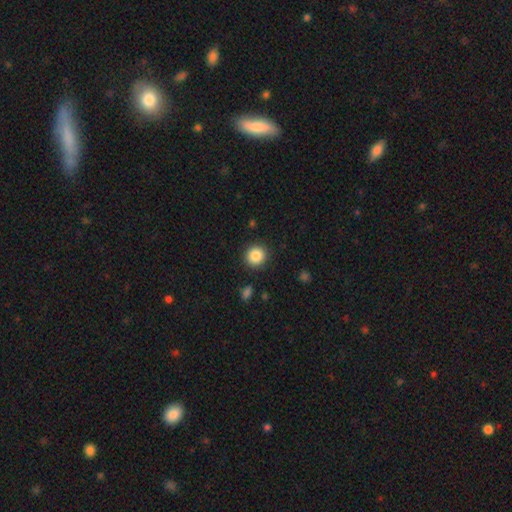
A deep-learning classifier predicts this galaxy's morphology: smooth-or-featured: smooth: 86% | star or artifact: 10% | featured or disk: 4%
  how-rounded: round: 90% | in between: 9% | cigar-shaped: 1%
  merging: none: 90% | minor disturbance: 6% | major disturbance: 2% | merger: 1%